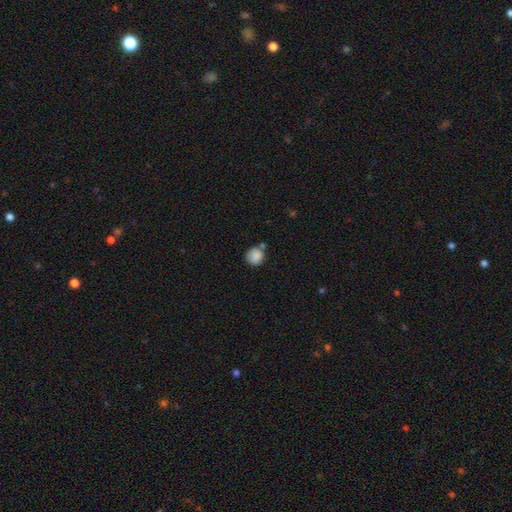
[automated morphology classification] smooth-or-featured: smooth: 86% | star or artifact: 8% | featured or disk: 5%
  how-rounded: round: 84% | in between: 15% | cigar-shaped: 1%
  merging: none: 62% | minor disturbance: 19% | merger: 13% | major disturbance: 5%